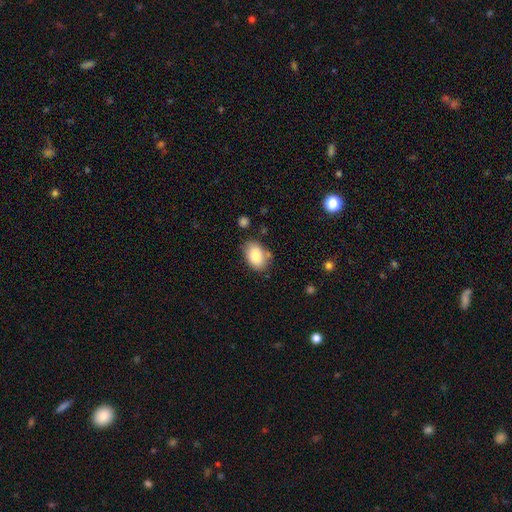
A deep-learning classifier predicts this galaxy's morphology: smooth_or_featured: smooth (p=0.84) [alt: featured or disk p=0.09]
how_rounded: in between (p=0.87) [alt: round p=0.11]
merging: none (p=0.71) [alt: minor disturbance p=0.19]